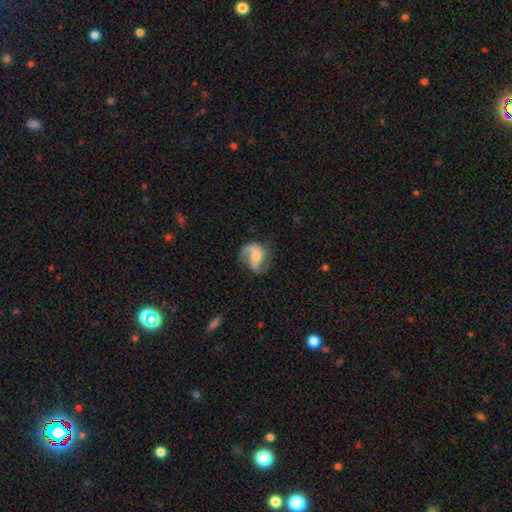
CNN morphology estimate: smooth_or_featured: featured or disk (p=0.74) [alt: smooth p=0.19]
disk_edge_on: no (p=0.97) [alt: yes p=0.03]
bar: no (p=0.53) [alt: weak p=0.34]
has_spiral_arms: yes (p=0.93) [alt: no p=0.07]
spiral_winding: loose (p=0.49) [alt: medium p=0.39]
spiral_arm_count: 2 (p=0.75) [alt: 1 p=0.12]
bulge_size: moderate (p=0.48) [alt: small p=0.43]
merging: none (p=0.60) [alt: minor disturbance p=0.22]